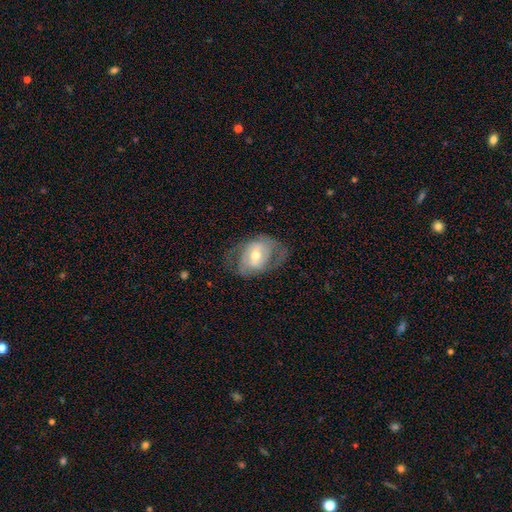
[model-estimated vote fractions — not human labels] smooth-or-featured: featured or disk: 59% | smooth: 34% | star or artifact: 7%
  disk-edge-on: no: 95% | yes: 5%
    bar: no: 46% | weak: 37% | strong: 17%
    has-spiral-arms: yes: 66% | no: 34%
    bulge-size: moderate: 67% | small: 25% | large: 6% | none: 1% | dominant: 1%
  merging: none: 54% | minor disturbance: 24% | major disturbance: 21% | merger: 1%